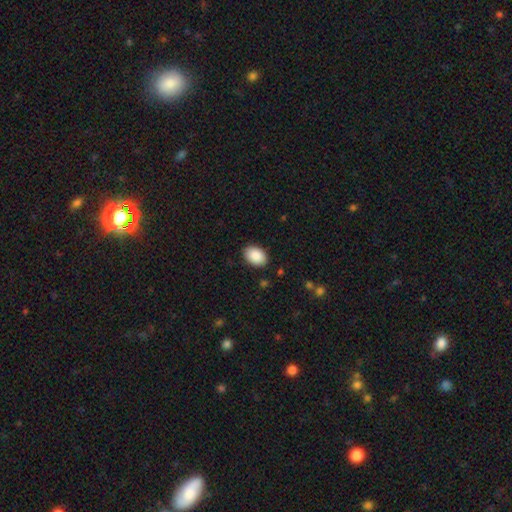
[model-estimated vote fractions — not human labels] A smooth galaxy with no disk features (90%) that is in between round and cigar-shaped (85%).

Vote fractions:
- Smooth or featured? smooth: 90% / star or artifact: 7% / featured or disk: 3%
- How rounded? in between: 85% / round: 14% / cigar-shaped: 1%
- Merging? none: 88% / minor disturbance: 9% / major disturbance: 2% / merger: 1%